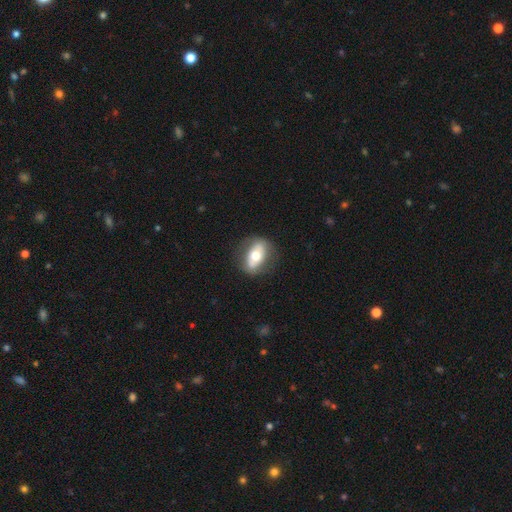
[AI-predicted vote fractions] A smooth galaxy with no disk features (52%) that is in between round and cigar-shaped (80%).

Vote fractions:
- Smooth or featured? smooth: 52% / featured or disk: 42% / star or artifact: 7%
- How rounded? in between: 80% / round: 14% / cigar-shaped: 6%
- Merging? none: 77% / minor disturbance: 15% / major disturbance: 6% / merger: 2%